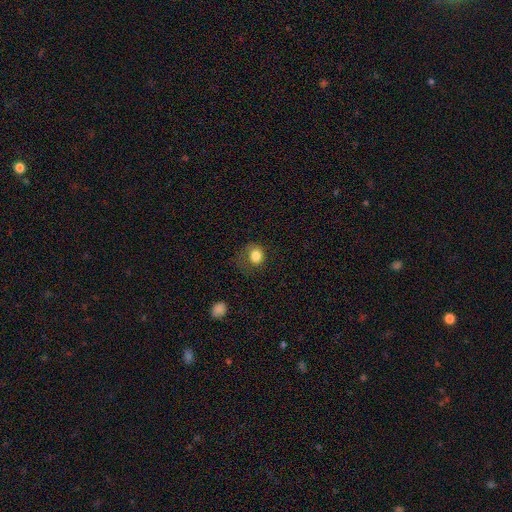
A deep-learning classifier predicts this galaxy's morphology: smooth 81%, star or artifact 10%, featured or disk 9%. Down the decision tree: how rounded — round (71%); merging — none (49%).